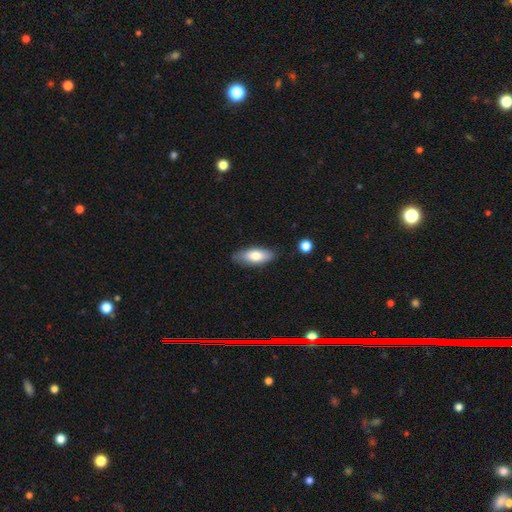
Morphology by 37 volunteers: Smooth or featured? 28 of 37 (76%) said smooth. How rounded? 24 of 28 (86%) said in between. Merging? 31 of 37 (84%) said none.